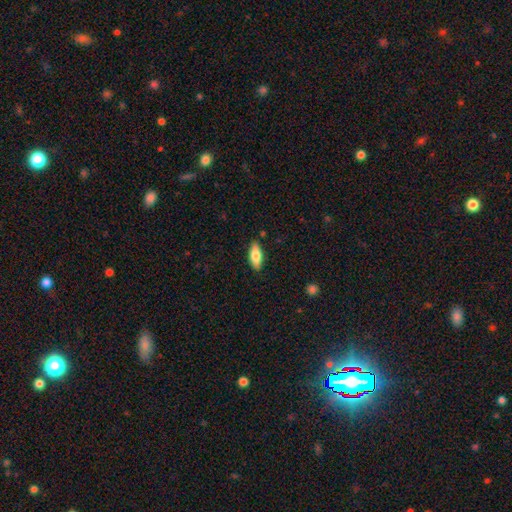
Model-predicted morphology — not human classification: This appears to be a smooth galaxy with no disk features (76%) that is in between round and cigar-shaped (77%). Merging: none (87%).